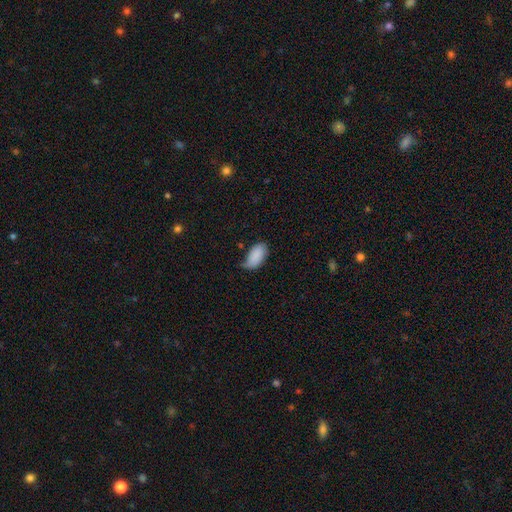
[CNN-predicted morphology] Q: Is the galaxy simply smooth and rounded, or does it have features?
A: smooth — 86%.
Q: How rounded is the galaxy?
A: in between — 95%.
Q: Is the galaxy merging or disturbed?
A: none — 43%.